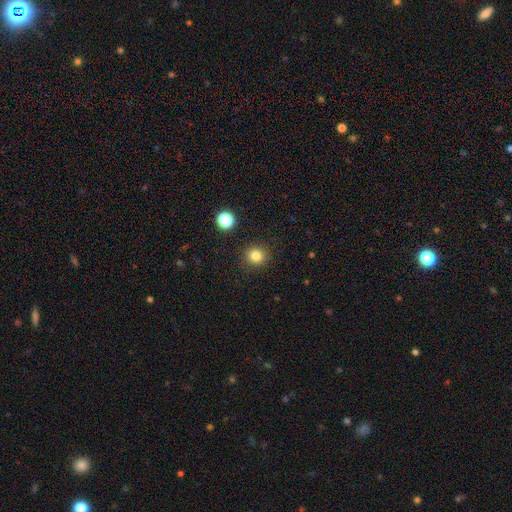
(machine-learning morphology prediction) Smooth or featured?
  - smooth: 82% *
  - star or artifact: 13%
  - featured or disk: 6%
How rounded?
  - round: 89% *
  - in between: 10%
  - cigar-shaped: 1%
Merging?
  - none: 91% *
  - minor disturbance: 6%
  - major disturbance: 2%
  - merger: 1%